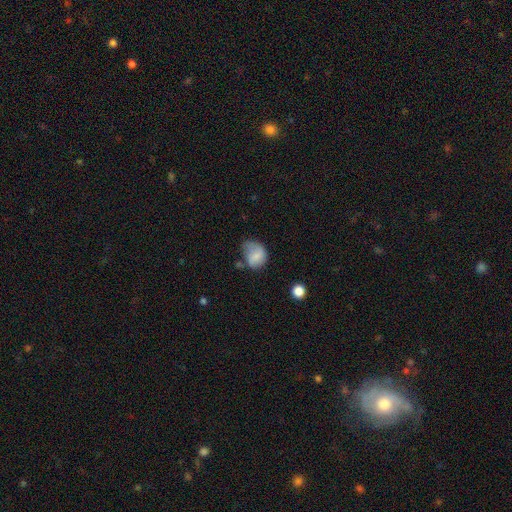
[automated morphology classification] Smooth or featured?
  - smooth: 69% *
  - featured or disk: 22%
  - star or artifact: 9%
How rounded?
  - round: 55% *
  - in between: 45%
  - cigar-shaped: 1%
Merging?
  - minor disturbance: 38% *
  - none: 34%
  - major disturbance: 23%
  - merger: 5%